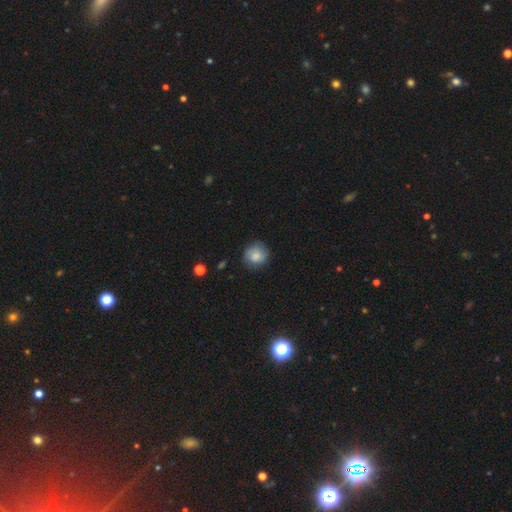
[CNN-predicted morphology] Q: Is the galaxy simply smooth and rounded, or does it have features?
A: smooth — 80%.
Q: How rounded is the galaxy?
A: round — 88%.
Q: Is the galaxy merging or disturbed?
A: none — 78%.